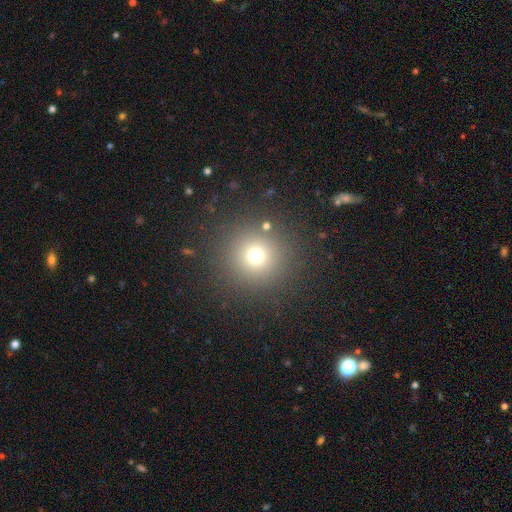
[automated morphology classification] type=smooth (70%); roundness=round (95%); merging=none (87%).